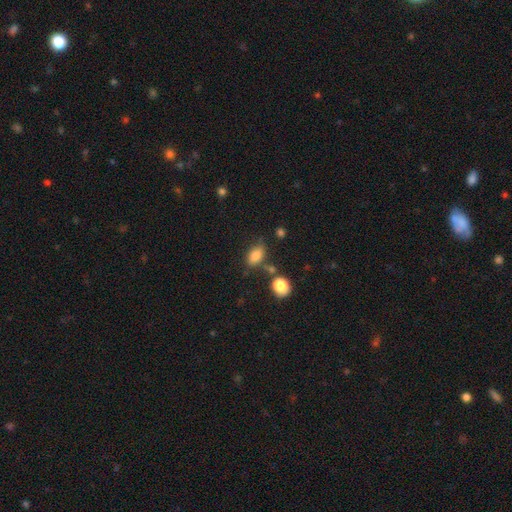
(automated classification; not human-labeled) Smooth or featured?
  - smooth: 82% *
  - star or artifact: 11%
  - featured or disk: 7%
How rounded?
  - in between: 84% *
  - round: 13%
  - cigar-shaped: 3%
Merging?
  - none: 67% *
  - minor disturbance: 19%
  - merger: 8%
  - major disturbance: 5%